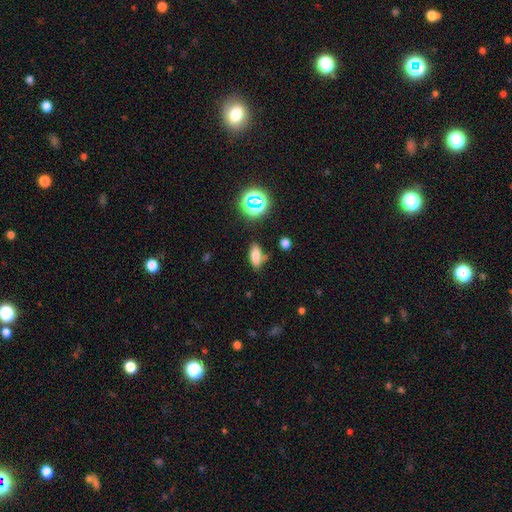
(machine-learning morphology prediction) smooth-or-featured: smooth: 74% | star or artifact: 16% | featured or disk: 10%
  how-rounded: in between: 75% | cigar-shaped: 19% | round: 6%
  merging: none: 66% | minor disturbance: 21% | merger: 8% | major disturbance: 6%